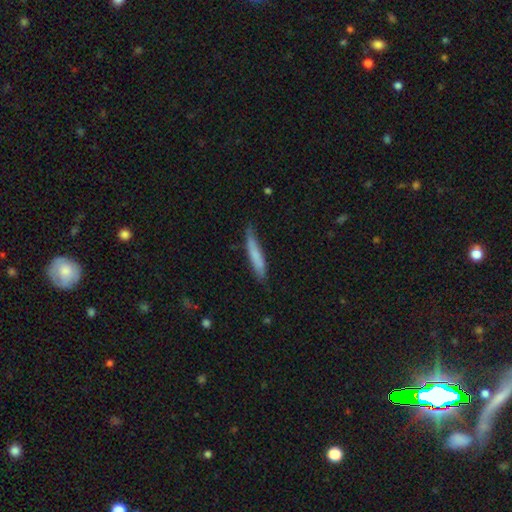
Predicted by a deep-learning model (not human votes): This is likely a smooth galaxy (71%). How rounded: clearly cigar-shaped (92%). Merging: likely none (70%).